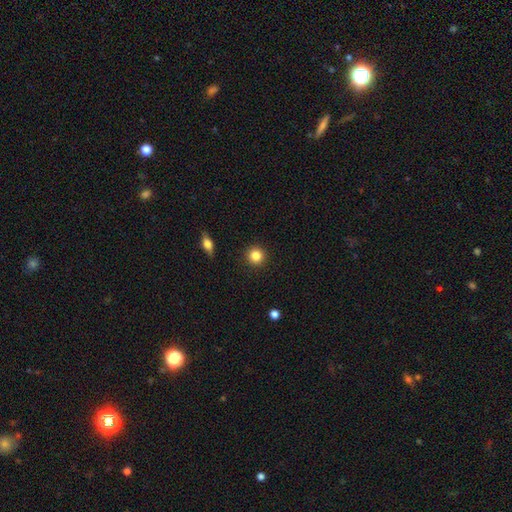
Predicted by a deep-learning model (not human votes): smooth_or_featured: smooth (p=0.83) [alt: star or artifact p=0.11]
how_rounded: round (p=0.95) [alt: in between p=0.04]
merging: none (p=0.92) [alt: minor disturbance p=0.05]